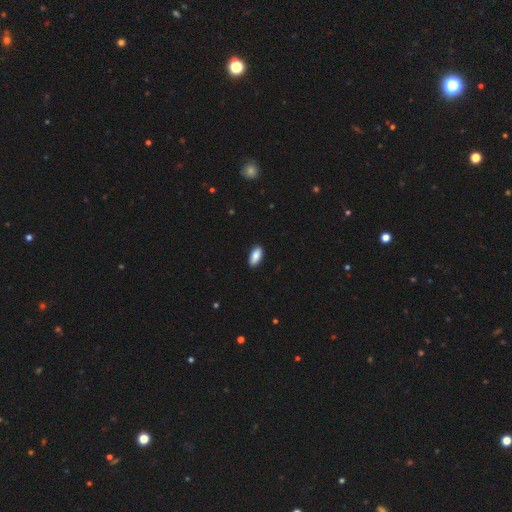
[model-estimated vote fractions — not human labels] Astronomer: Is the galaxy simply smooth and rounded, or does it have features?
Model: smooth — 88%.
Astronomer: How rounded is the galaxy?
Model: in between — 87%.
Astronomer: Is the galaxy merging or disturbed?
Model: none — 88%.